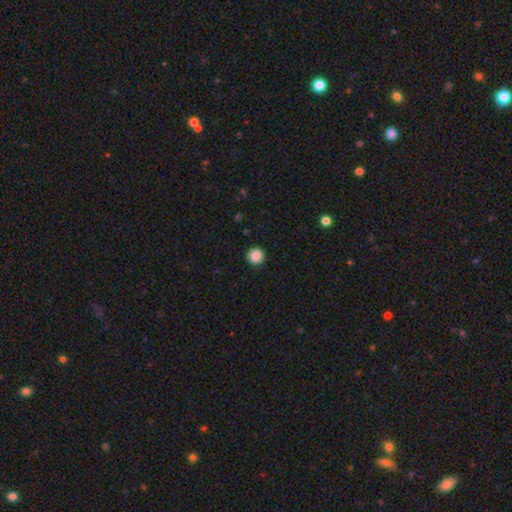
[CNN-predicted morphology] Smooth or featured? smooth (87%)
How rounded? round (95%)
Merging? none (92%)